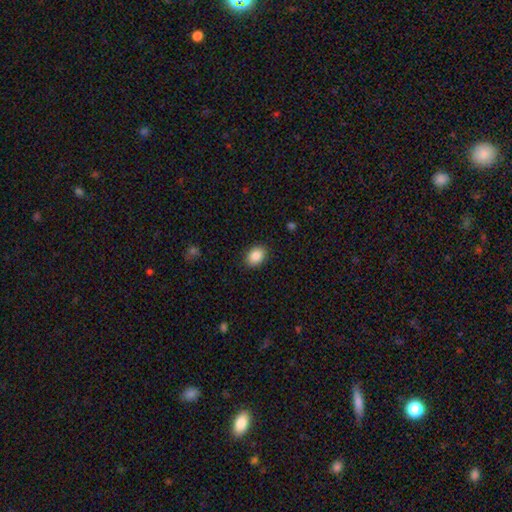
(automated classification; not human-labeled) Smooth or featured? Predicted: smooth (p=0.88). How rounded? Predicted: in between (p=0.71). Merging? Predicted: none (p=0.88).